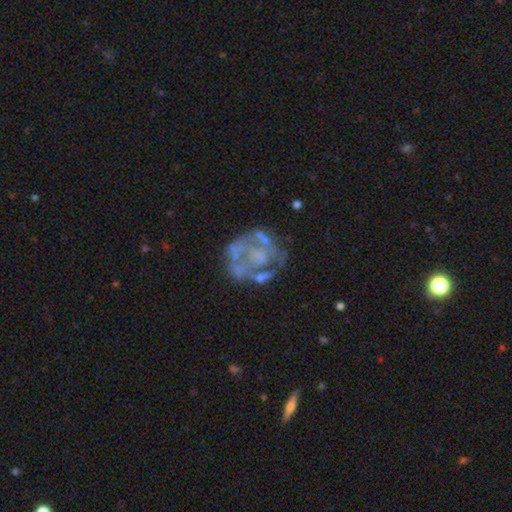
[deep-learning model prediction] A featured or disk galaxy (73%) with no bar (88%), no spiral arms (81%) and no central bulge (63%). Merging: none (50%).